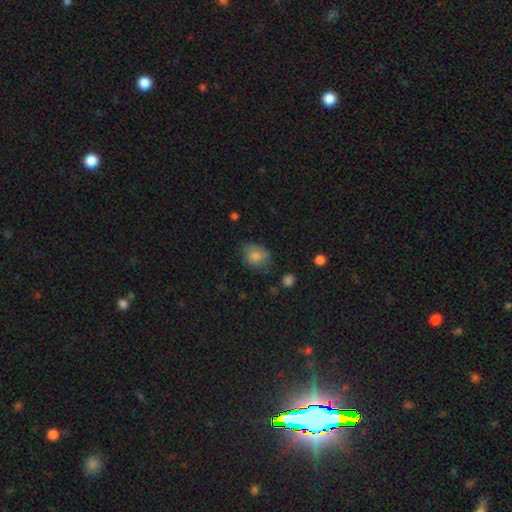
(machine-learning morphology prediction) This is clearly a smooth galaxy (83%). How rounded: possibly in between (55%). Merging: likely none (64%).